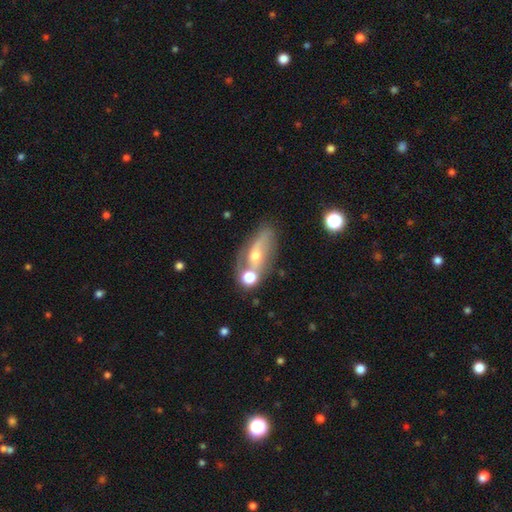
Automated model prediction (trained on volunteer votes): Smooth or featured? Predicted: featured or disk (p=0.52). Edge-on disk? Predicted: no (p=0.74). Merging? Predicted: none (p=0.45).